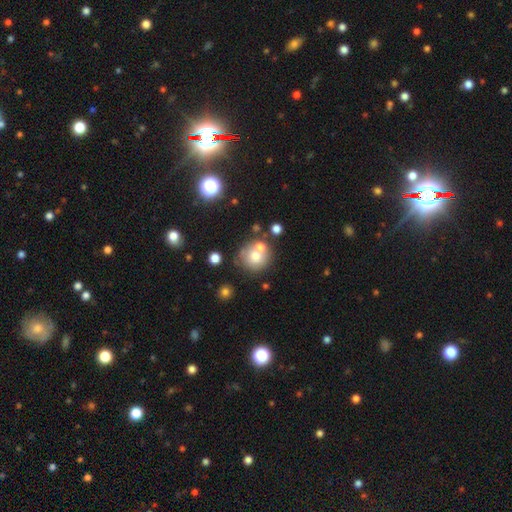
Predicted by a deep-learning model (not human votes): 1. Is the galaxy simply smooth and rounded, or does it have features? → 63% smooth, 25% featured or disk, 12% star or artifact.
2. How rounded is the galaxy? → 88% round, 11% in between, 1% cigar-shaped.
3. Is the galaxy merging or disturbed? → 52% none, 30% merger, 12% minor disturbance, 6% major disturbance.